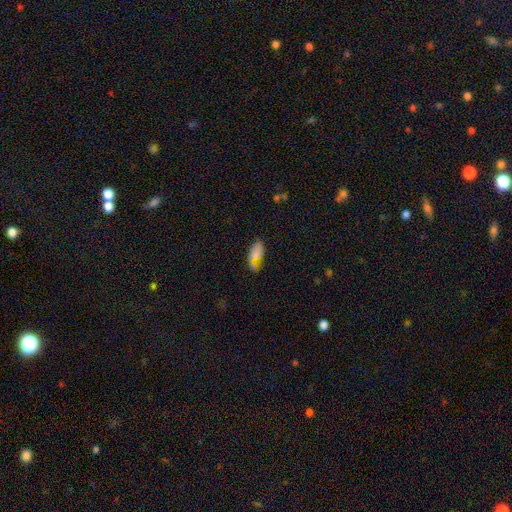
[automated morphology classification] Smooth or featured?
  - smooth: 61% *
  - featured or disk: 30%
  - star or artifact: 9%
How rounded?
  - in between: 87% *
  - cigar-shaped: 10%
  - round: 3%
Merging?
  - none: 54% *
  - minor disturbance: 26%
  - major disturbance: 11%
  - merger: 9%